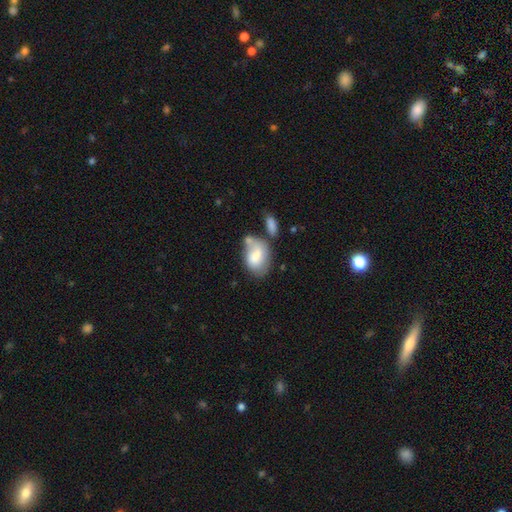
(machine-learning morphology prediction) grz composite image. It shows a smooth galaxy with no disk features (69%) that is in between round and cigar-shaped (86%). Merging: none (33%).